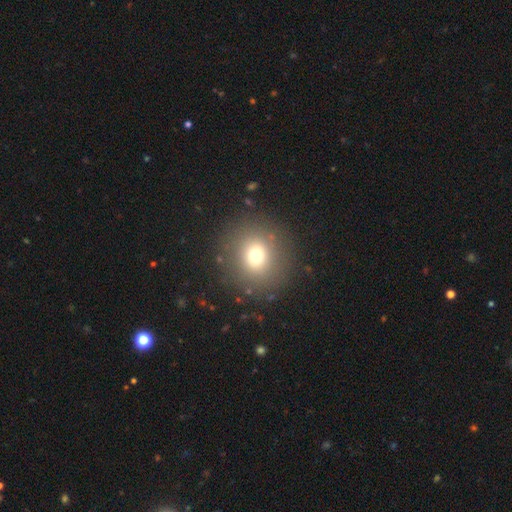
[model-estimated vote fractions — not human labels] Smooth or featured? smooth (71%)
How rounded? round (89%)
Merging? none (87%)